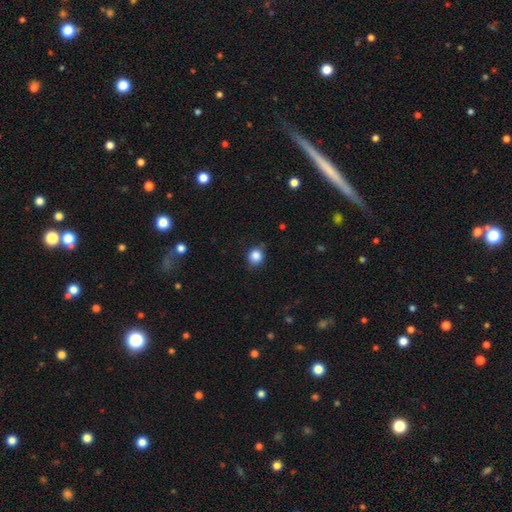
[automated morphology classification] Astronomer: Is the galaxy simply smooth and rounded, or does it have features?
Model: smooth — 86%.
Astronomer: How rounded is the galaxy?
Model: round — 82%.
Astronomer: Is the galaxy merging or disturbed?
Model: none — 80%.